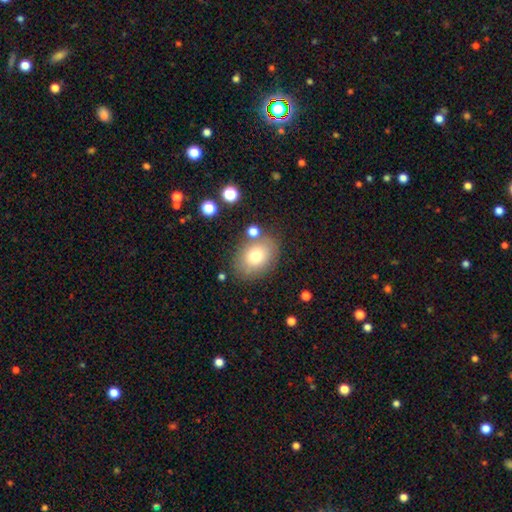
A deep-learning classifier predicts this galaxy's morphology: The model was most divided on "how rounded": in between: 67%, round: 32%, cigar-shaped: 1%. More confident: merging — none (76%); smooth or featured — smooth (74%).